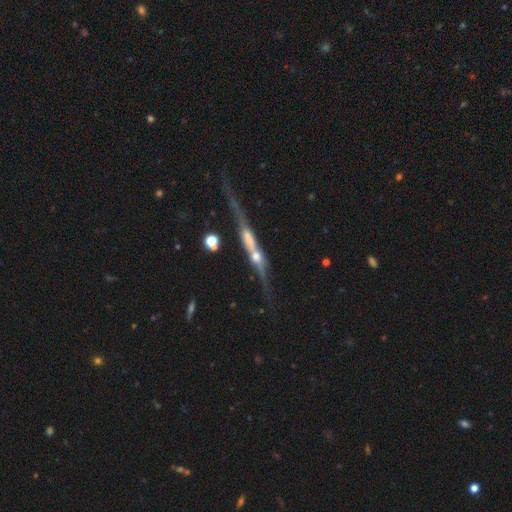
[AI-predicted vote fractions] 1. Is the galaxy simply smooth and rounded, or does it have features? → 76% featured or disk, 13% smooth, 10% star or artifact.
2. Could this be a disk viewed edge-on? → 89% yes, 11% no.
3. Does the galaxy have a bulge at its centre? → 73% rounded, 15% none, 12% boxy.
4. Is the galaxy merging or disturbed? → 46% none, 25% merger, 17% minor disturbance, 11% major disturbance.